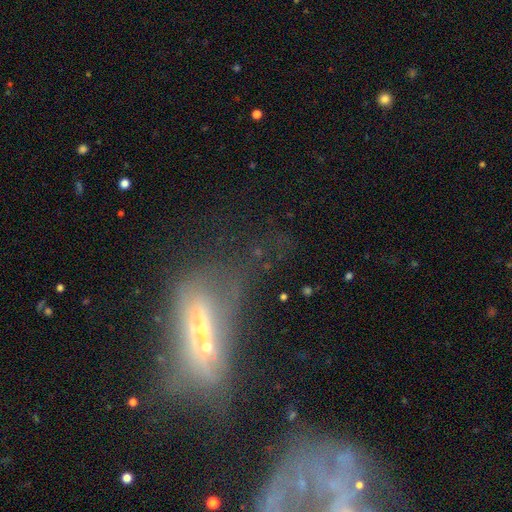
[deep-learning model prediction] featured or disk 43%, smooth 32%, star or artifact 25%. Down the decision tree: merging — merger (32%).